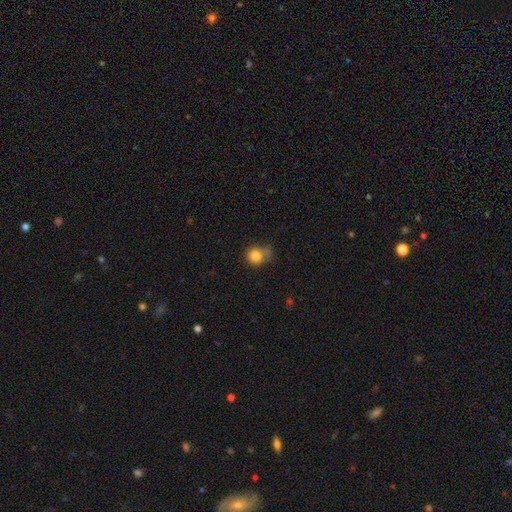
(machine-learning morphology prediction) Overall: smooth (82%). How rounded: round (86%). Merging: none (56%; minor disturbance 22%).